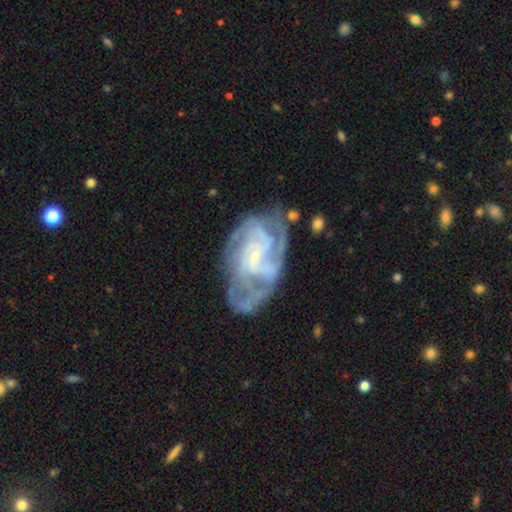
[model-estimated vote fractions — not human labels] smooth_or_featured: featured or disk (p=0.87) [alt: smooth p=0.07]
disk_edge_on: no (p=0.97) [alt: yes p=0.03]
bar: no (p=0.54) [alt: weak p=0.36]
has_spiral_arms: yes (p=0.94) [alt: no p=0.06]
spiral_winding: tight (p=0.52) [alt: medium p=0.39]
spiral_arm_count: can't tell (p=0.28) [alt: 3 p=0.23]
bulge_size: small (p=0.79) [alt: moderate p=0.11]
merging: none (p=0.59) [alt: minor disturbance p=0.22]